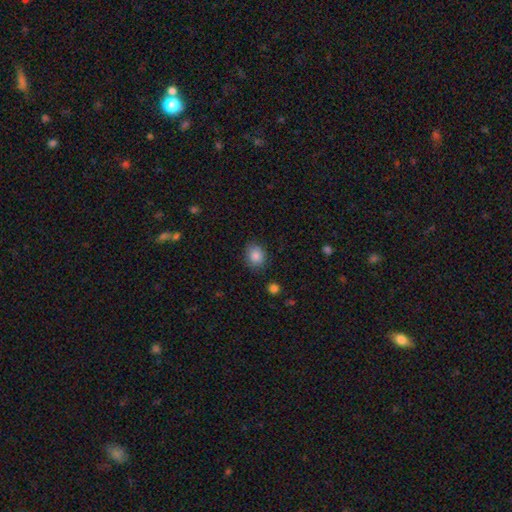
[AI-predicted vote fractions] smooth 86%, star or artifact 9%, featured or disk 5%. Down the decision tree: how rounded — round (61%); merging — none (84%).